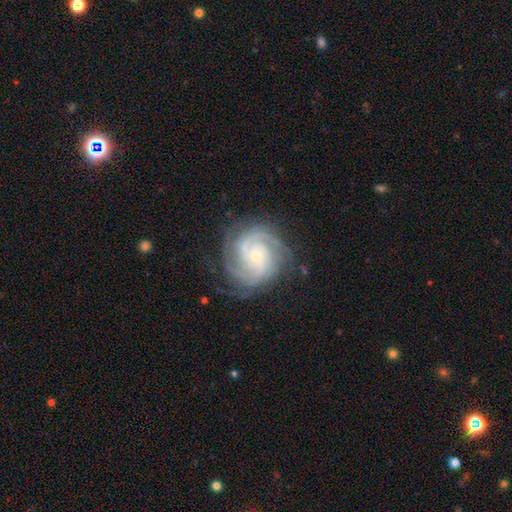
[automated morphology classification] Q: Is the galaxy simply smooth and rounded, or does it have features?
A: featured or disk — 90%.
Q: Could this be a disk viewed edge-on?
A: no — 98%.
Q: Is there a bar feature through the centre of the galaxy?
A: no — 65%.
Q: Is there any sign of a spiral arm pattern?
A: yes — 98%.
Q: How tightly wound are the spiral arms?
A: tight — 71%.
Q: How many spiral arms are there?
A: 3 — 33%.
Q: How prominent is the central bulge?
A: small — 72%.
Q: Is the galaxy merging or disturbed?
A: none — 78%.